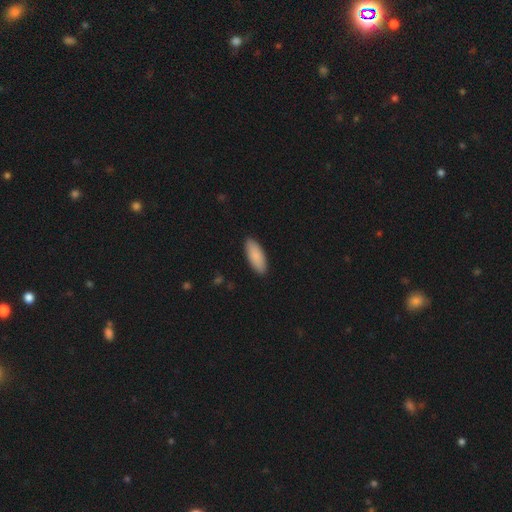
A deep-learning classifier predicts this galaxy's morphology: Smooth or featured? smooth (89%)
How rounded? in between (76%)
Merging? none (90%)